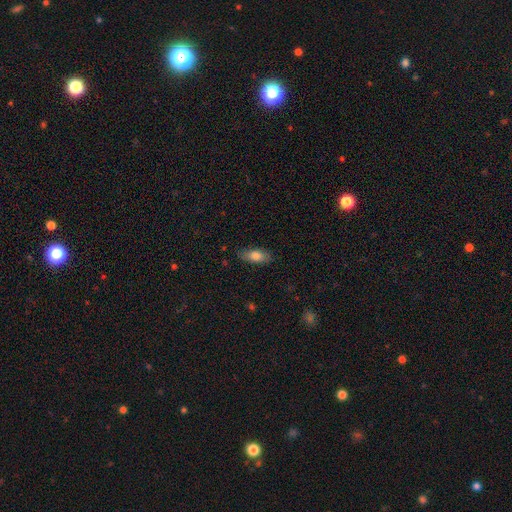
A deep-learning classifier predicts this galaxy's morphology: Smooth or featured?
  - smooth: 78% *
  - featured or disk: 15%
  - star or artifact: 7%
How rounded?
  - in between: 81% *
  - cigar-shaped: 16%
  - round: 3%
Merging?
  - none: 82% *
  - minor disturbance: 14%
  - major disturbance: 3%
  - merger: 1%